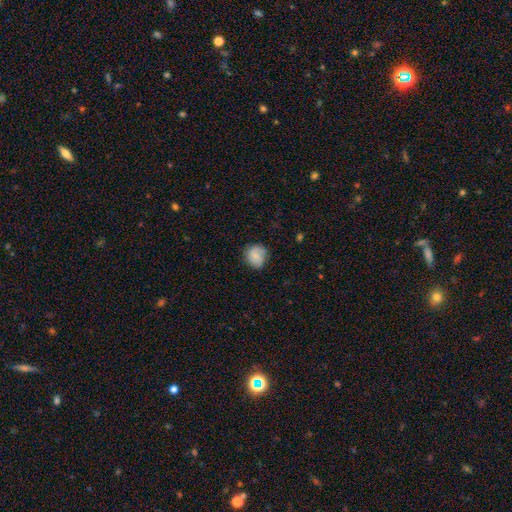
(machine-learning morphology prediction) smooth-or-featured: smooth: 74% | featured or disk: 18% | star or artifact: 8%
  how-rounded: round: 76% | in between: 23% | cigar-shaped: 1%
  merging: none: 70% | minor disturbance: 23% | major disturbance: 6% | merger: 1%